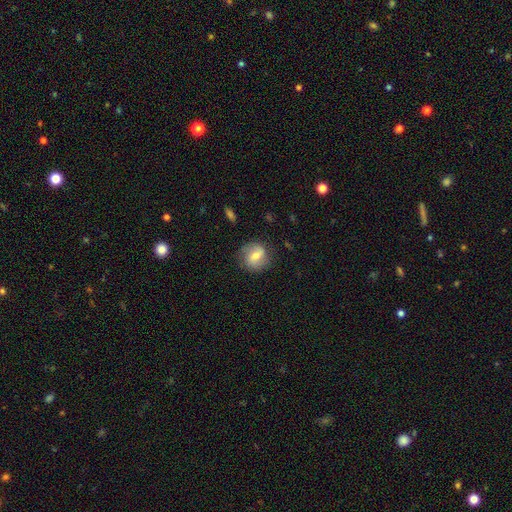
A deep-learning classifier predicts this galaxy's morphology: Smooth or featured?
  - smooth: 46% * (tied)
  - featured or disk: 46% * (tied)
  - star or artifact: 8%
Merging?
  - none: 77% *
  - minor disturbance: 16%
  - major disturbance: 5%
  - merger: 1%